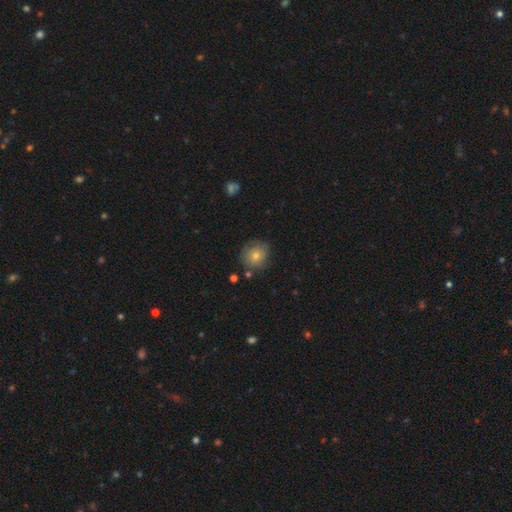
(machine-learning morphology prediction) smooth-or-featured: smooth: 67% | featured or disk: 20% | star or artifact: 13%
  how-rounded: round: 86% | in between: 13% | cigar-shaped: 1%
  merging: none: 80% | minor disturbance: 14% | major disturbance: 4% | merger: 3%